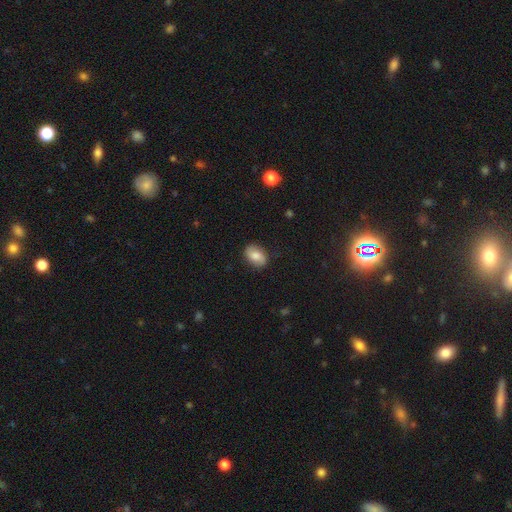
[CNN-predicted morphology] smooth 67%, featured or disk 25%, star or artifact 8%. Down the decision tree: how rounded — in between (81%); merging — none (82%).